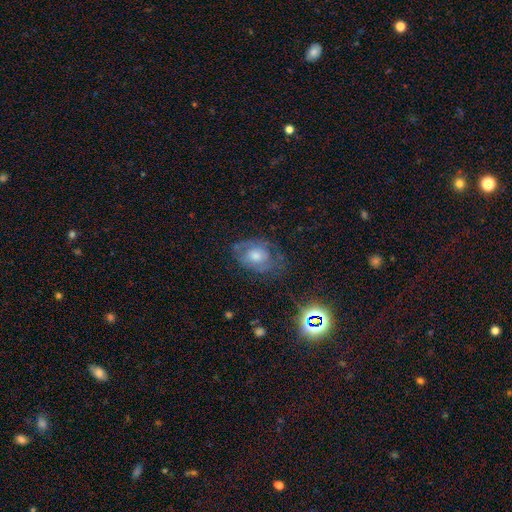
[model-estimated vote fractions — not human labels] Smooth or featured: featured or disk — 55% (smooth — 31%)
Edge-on disk: no — 95% (yes — 5%)
Bar: no — 79% (weak — 17%)
Spiral arms: yes — 64% (no — 36%)
Bulge size: moderate — 57% (small — 22%)
Merging: none — 59% (minor disturbance — 24%)